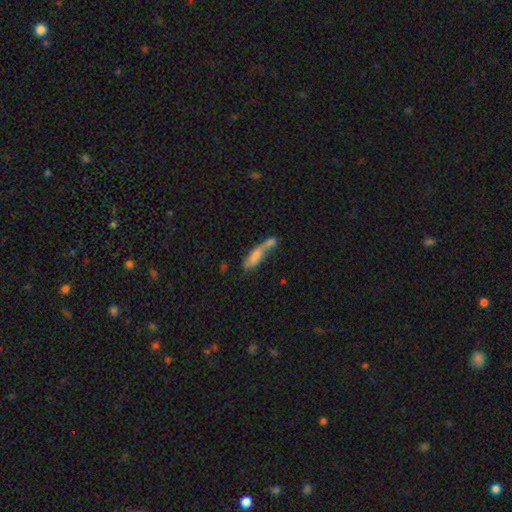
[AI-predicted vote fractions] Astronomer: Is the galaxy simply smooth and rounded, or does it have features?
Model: smooth — 69%.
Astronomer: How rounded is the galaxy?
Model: cigar-shaped — 50% (runner-up: in between, 47%).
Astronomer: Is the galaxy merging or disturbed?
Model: merger — 57%.